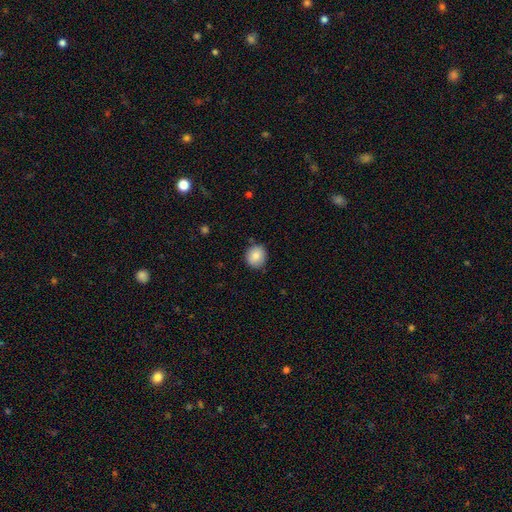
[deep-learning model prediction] This is clearly a smooth galaxy (84%). How rounded: clearly round (86%). Merging: clearly none (84%).